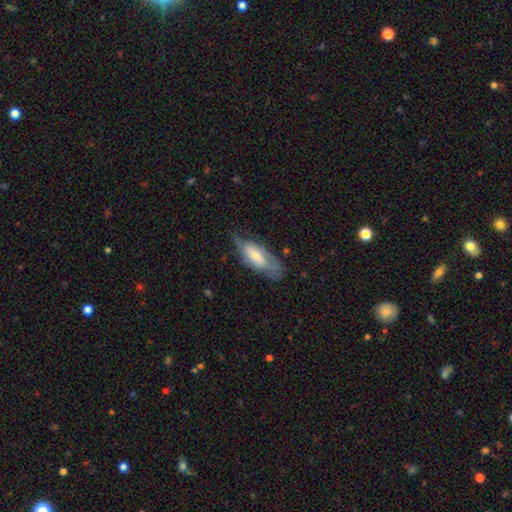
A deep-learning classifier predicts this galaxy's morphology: smooth-or-featured: smooth: 51% | featured or disk: 43% | star or artifact: 6%
  how-rounded: in between: 75% | cigar-shaped: 22% | round: 2%
  merging: none: 48% | minor disturbance: 33% | major disturbance: 17% | merger: 2%